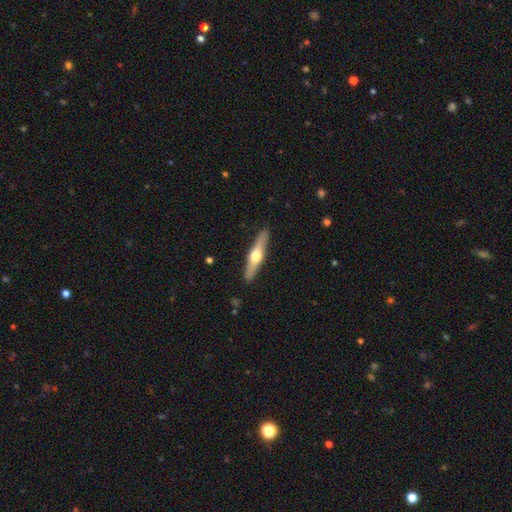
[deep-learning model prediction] A featured or disk galaxy (59%) viewed edge-on (95%) with a rounded central bulge (95%). Merging: none (90%).